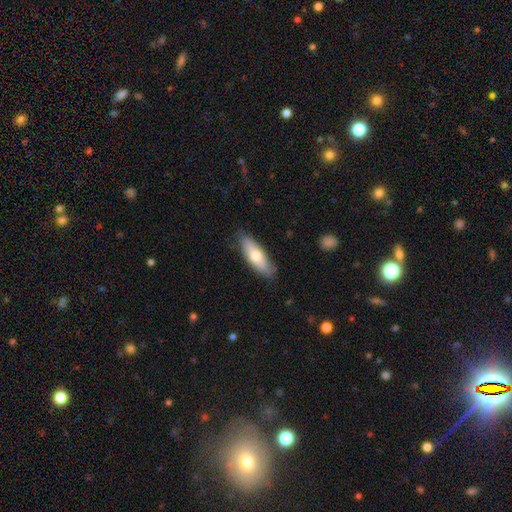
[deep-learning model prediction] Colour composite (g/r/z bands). It shows a smooth galaxy with no disk features (66%) that is in between round and cigar-shaped (57%). Merging: none (83%).